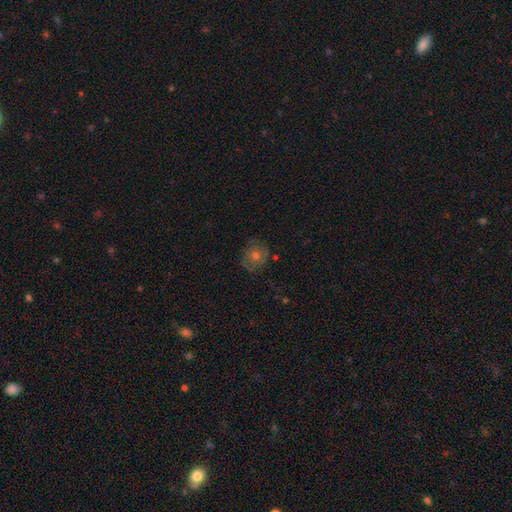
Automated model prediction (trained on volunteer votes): Smooth or featured: smooth — 43% (featured or disk — 40%)
Merging: none — 79% (minor disturbance — 15%)